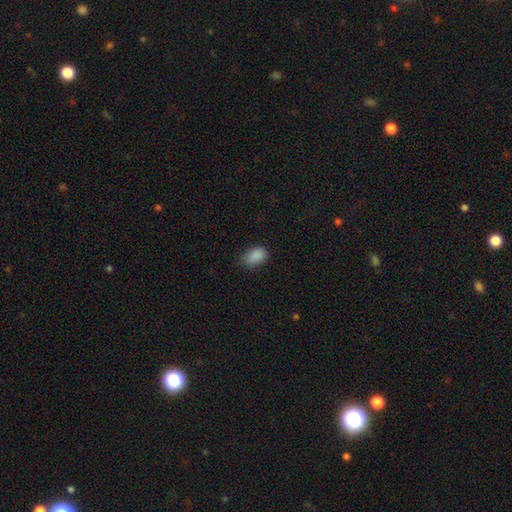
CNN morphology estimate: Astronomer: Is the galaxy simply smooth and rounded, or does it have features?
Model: smooth — 88%.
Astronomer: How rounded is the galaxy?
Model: in between — 87%.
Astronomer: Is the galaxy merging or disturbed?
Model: none — 72%.